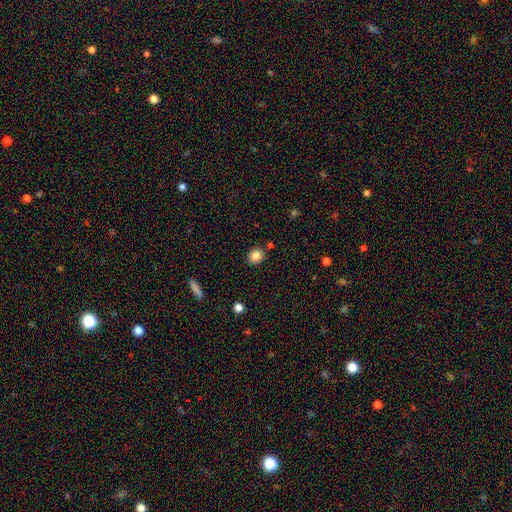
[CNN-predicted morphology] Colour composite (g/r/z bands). It shows a smooth galaxy with no disk features (84%) that is round (69%). Merging: none (84%).